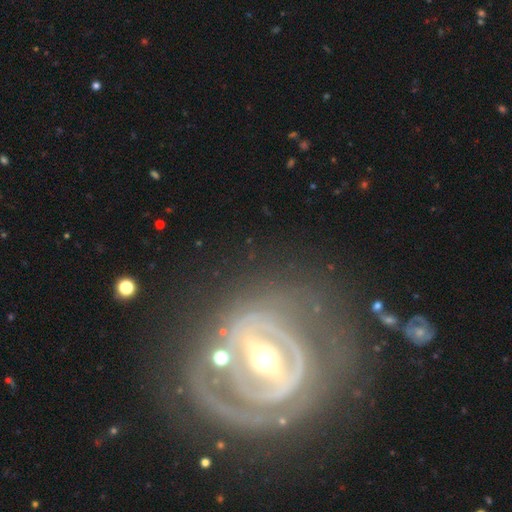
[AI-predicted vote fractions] A featured or disk galaxy (84%) with a strong bar (60%), tight (66%) spiral arms (69%) and a moderate central bulge (52%).

Vote fractions:
- Smooth or featured? featured or disk: 84% / smooth: 9% / star or artifact: 7%
- Edge-on disk? no: 92% / yes: 8%
- Bar? strong: 60% / weak: 25% / no: 14%
- Spiral arms? yes: 69% / no: 31%
- Spiral winding? tight: 66% / medium: 25% / loose: 10%
- Spiral arm count? can't tell: 37% / 2: 35% / 3: 10% / 1: 8% / 4: 6% / more than 4: 5%
- Bulge size? moderate: 52% / small: 39% / large: 6% / dominant: 1% / none: 1%
- Merging? none: 65% / major disturbance: 16% / minor disturbance: 15% / merger: 3%